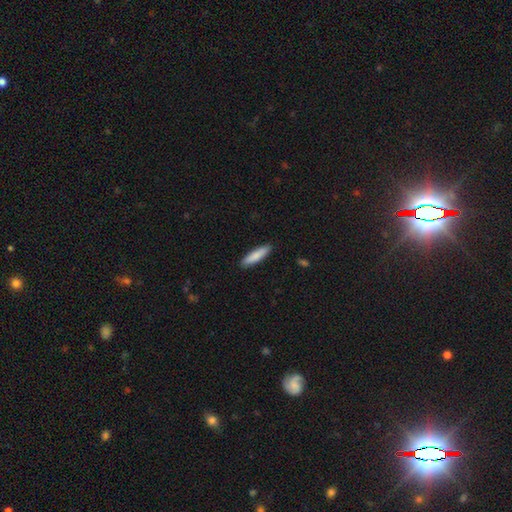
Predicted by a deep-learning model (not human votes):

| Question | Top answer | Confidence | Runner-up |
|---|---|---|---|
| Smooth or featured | smooth | 85% | featured or disk (10%) |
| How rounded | cigar-shaped | 77% | in between (22%) |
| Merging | none | 90% | minor disturbance (7%) |